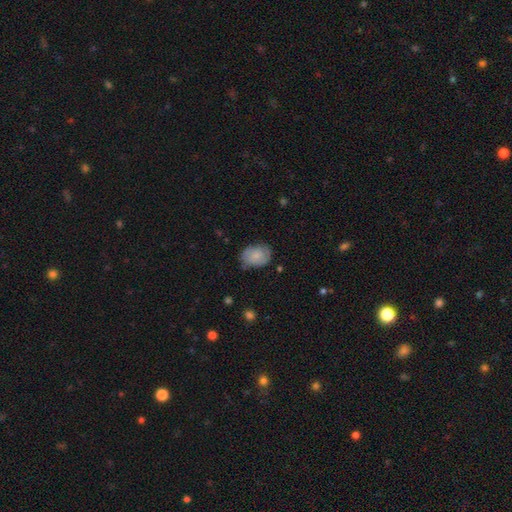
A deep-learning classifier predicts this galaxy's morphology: This is likely a smooth galaxy (69%). How rounded: likely in between (72%). Merging: likely none (71%).